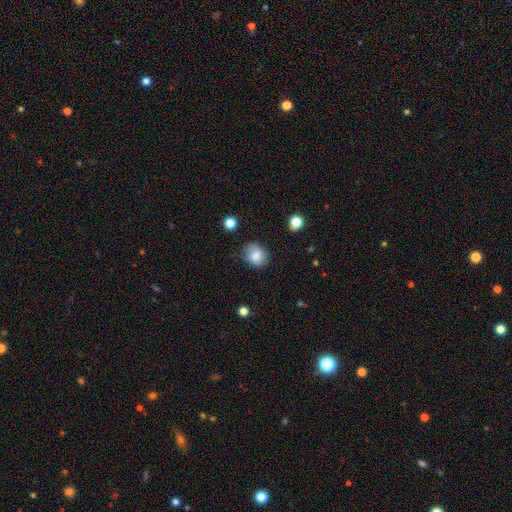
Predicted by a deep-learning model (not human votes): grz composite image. It shows a smooth galaxy with no disk features (79%) that is round (60%). Merging: none (64%).